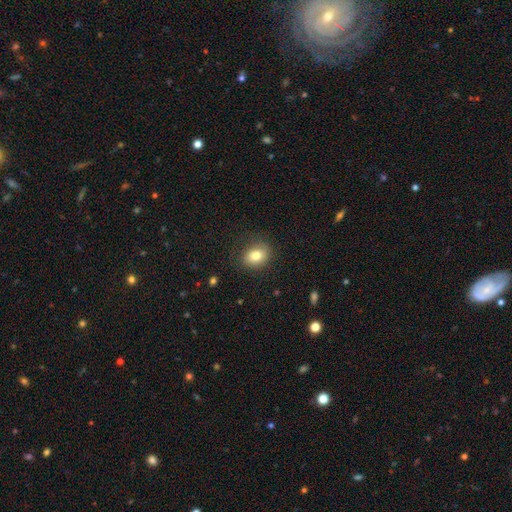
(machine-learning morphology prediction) type=smooth (81%); roundness=in between (63%); merging=none (83%).